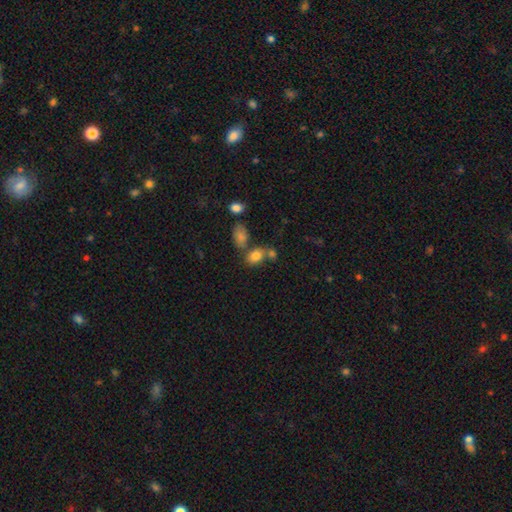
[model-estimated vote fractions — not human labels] Q: Smooth or featured?
A: smooth (79%); runner-up: star or artifact (11%)
Q: How rounded?
A: in between (73%); runner-up: round (25%)
Q: Merging?
A: none (51%); runner-up: merger (31%)